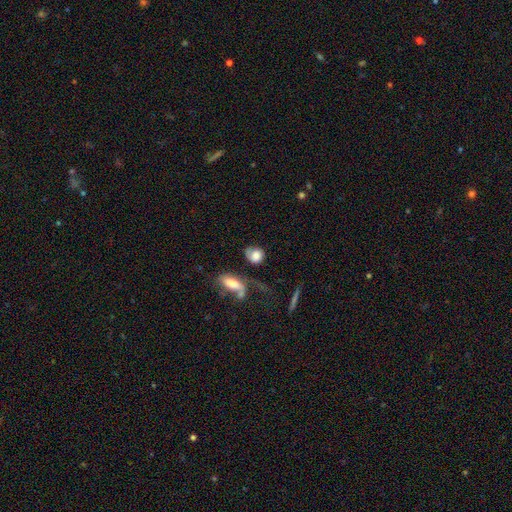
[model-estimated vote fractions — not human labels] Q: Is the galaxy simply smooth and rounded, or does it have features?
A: smooth — 74%.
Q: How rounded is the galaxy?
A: round — 52%.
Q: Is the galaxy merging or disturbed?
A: none — 35%.